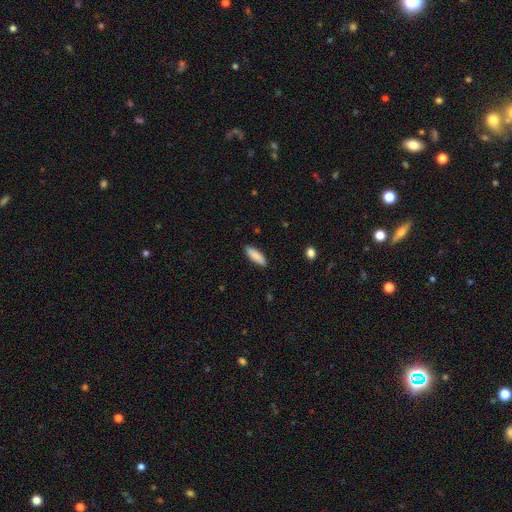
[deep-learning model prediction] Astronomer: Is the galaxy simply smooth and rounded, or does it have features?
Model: smooth — 86%.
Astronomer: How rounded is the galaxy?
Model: in between — 55% (runner-up: cigar-shaped, 43%).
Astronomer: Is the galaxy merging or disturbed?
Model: none — 88%.